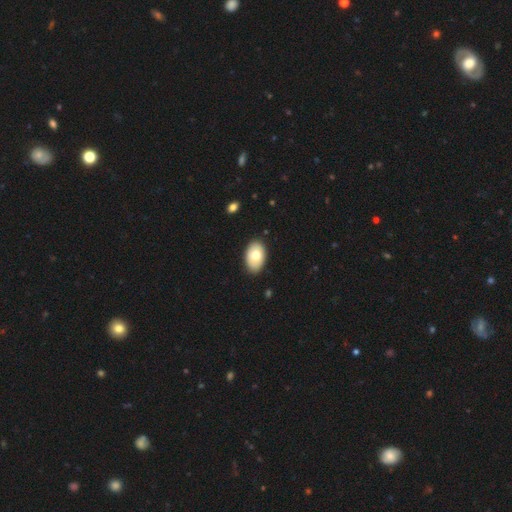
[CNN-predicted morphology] Smooth or featured? Predicted: smooth (p=0.72). How rounded? Predicted: in between (p=0.91). Merging? Predicted: none (p=0.88).